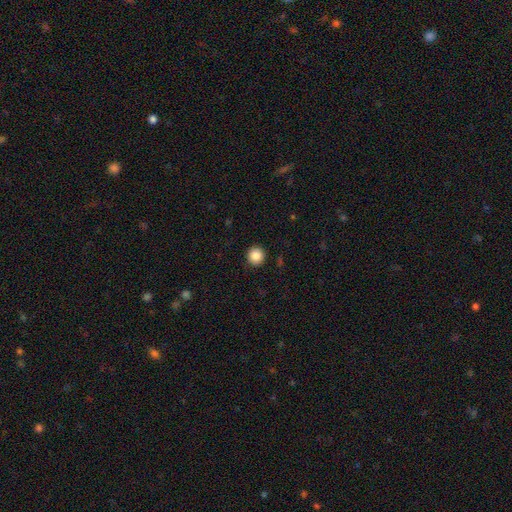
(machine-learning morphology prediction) smooth_or_featured: smooth (p=0.87) [alt: star or artifact p=0.10]
how_rounded: round (p=0.94) [alt: in between p=0.05]
merging: none (p=0.92) [alt: minor disturbance p=0.05]